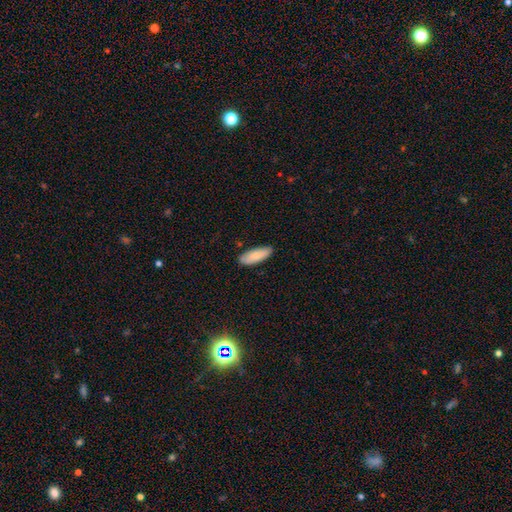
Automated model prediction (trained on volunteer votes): A smooth galaxy with no disk features (82%) that is in between round and cigar-shaped (70%). Merging: none (83%).